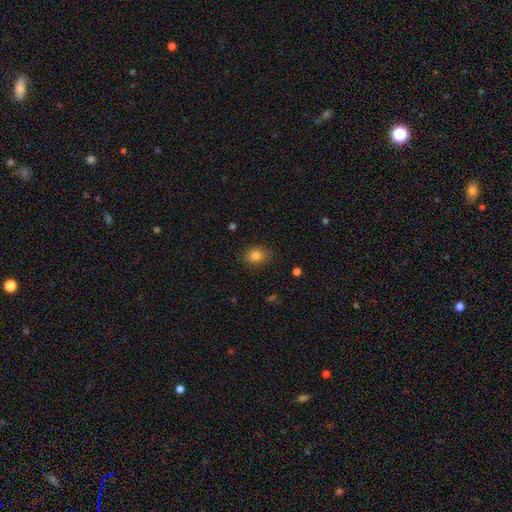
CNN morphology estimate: smooth_or_featured: smooth (p=0.81) [alt: star or artifact p=0.11]
how_rounded: in between (p=0.65) [alt: round p=0.34]
merging: none (p=0.85) [alt: minor disturbance p=0.11]